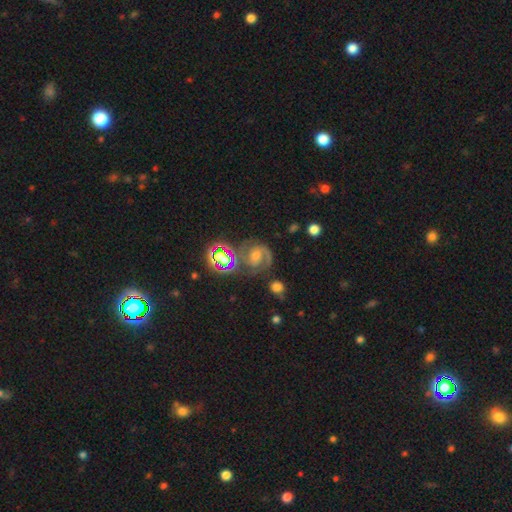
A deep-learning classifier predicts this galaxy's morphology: Smooth or featured?
  - featured or disk: 66% *
  - star or artifact: 22%
  - smooth: 12%
Edge-on disk?
  - no: 97% *
  - yes: 3%
Bar?
  - no: 44% *
  - weak: 40%
  - strong: 16%
Spiral arms?
  - yes: 94% *
  - no: 6%
Spiral winding?
  - medium: 49% *
  - tight: 37%
  - loose: 14%
Spiral arm count?
  - 2: 71% *
  - 1: 11%
  - can't tell: 9%
  - 3: 5%
  - 4: 2%
  - more than 4: 2%
Bulge size?
  - moderate: 50% *
  - small: 38%
  - large: 6%
  - none: 4%
  - dominant: 2%
Merging?
  - none: 61% *
  - minor disturbance: 17%
  - major disturbance: 13%
  - merger: 9%